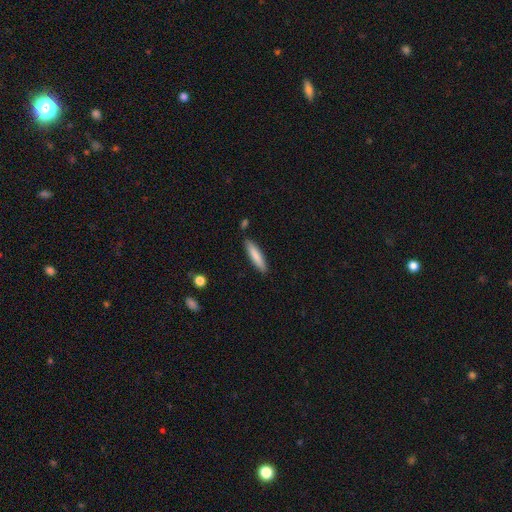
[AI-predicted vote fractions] This is clearly a smooth galaxy (82%). How rounded: clearly cigar-shaped (85%). Merging: clearly none (86%).